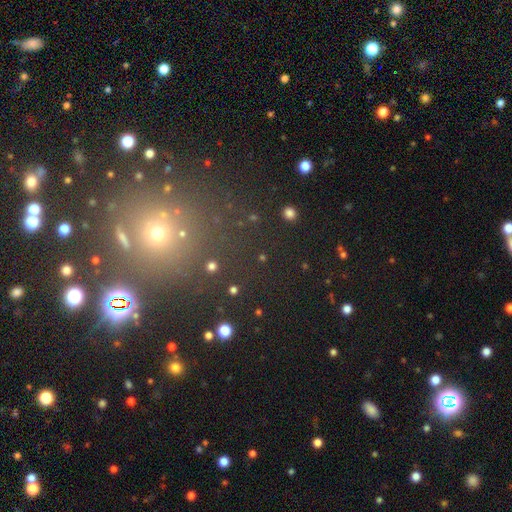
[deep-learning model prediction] star or artifact 55%, smooth 34%, featured or disk 11%.